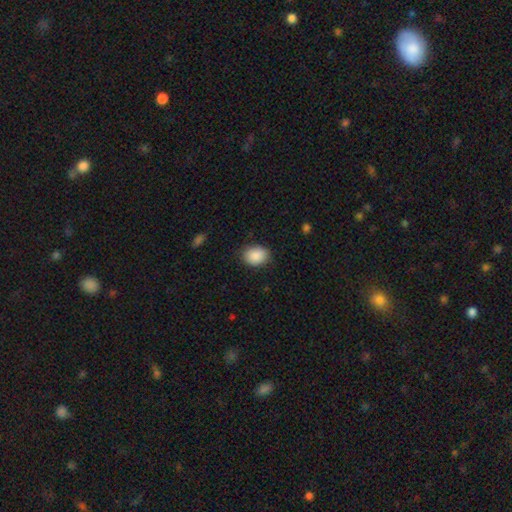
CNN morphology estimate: Smooth or featured? Predicted: smooth (p=0.90). How rounded? Predicted: in between (p=0.65). Merging? Predicted: none (p=0.85).